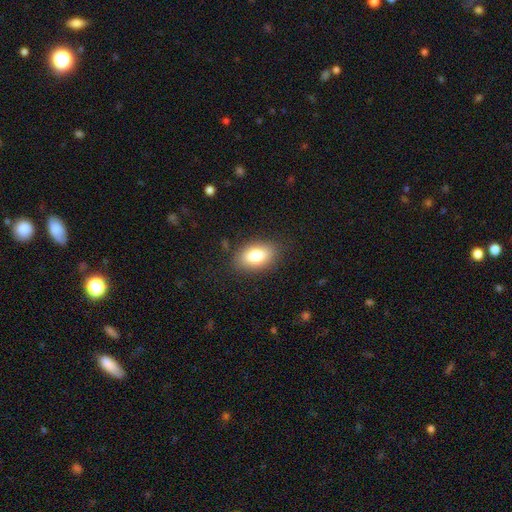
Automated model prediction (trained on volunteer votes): Q: Smooth or featured?
A: smooth (80%); runner-up: featured or disk (12%)
Q: How rounded?
A: in between (88%); runner-up: round (10%)
Q: Merging?
A: none (84%); runner-up: minor disturbance (12%)